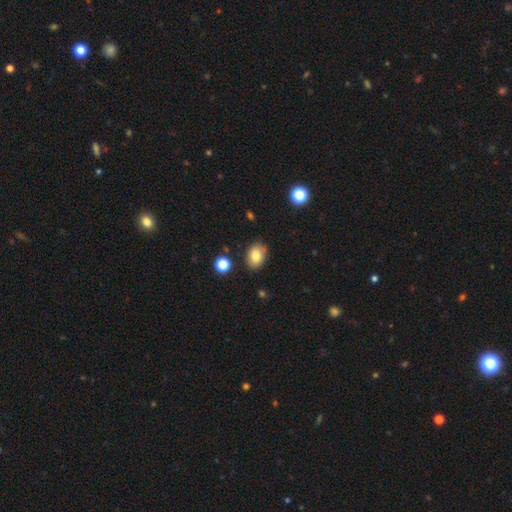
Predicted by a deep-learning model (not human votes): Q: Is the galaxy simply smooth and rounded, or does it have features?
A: smooth — 81%.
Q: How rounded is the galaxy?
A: in between — 78%.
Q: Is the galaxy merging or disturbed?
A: none — 81%.